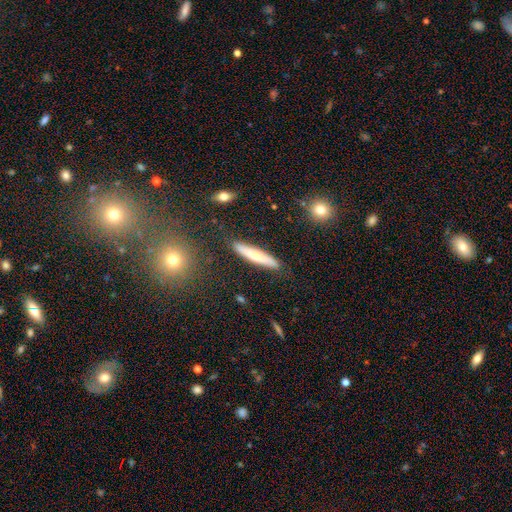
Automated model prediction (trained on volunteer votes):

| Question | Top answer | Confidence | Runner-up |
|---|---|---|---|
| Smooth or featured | smooth | 57% | featured or disk (37%) |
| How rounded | cigar-shaped | 87% | in between (11%) |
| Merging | none | 87% | minor disturbance (10%) |